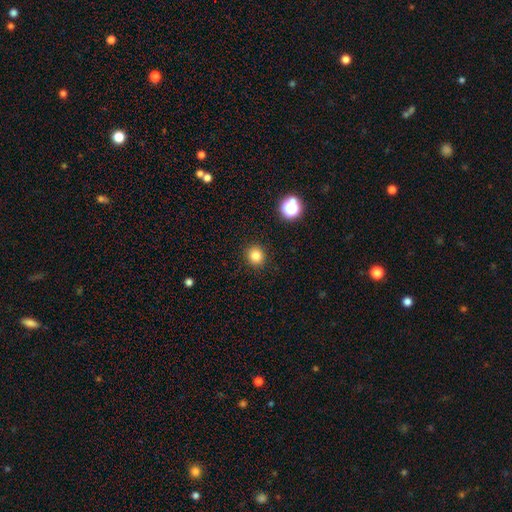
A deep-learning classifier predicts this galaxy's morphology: Smooth or featured: smooth — 82% (star or artifact — 13%)
How rounded: round — 88% (in between — 11%)
Merging: none — 92% (minor disturbance — 5%)